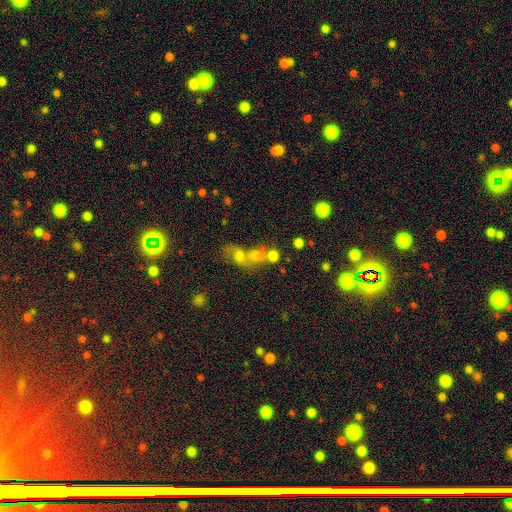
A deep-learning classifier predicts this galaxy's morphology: Smooth or featured? Predicted: smooth (p=0.60). How rounded? Predicted: round (p=0.69). Merging? Predicted: merger (p=0.62).